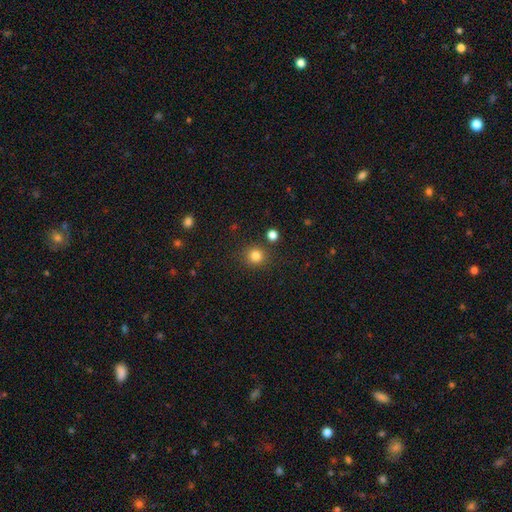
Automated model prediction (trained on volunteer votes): smooth-or-featured: smooth: 83% | star or artifact: 13% | featured or disk: 5%
  how-rounded: round: 91% | in between: 8% | cigar-shaped: 1%
  merging: none: 86% | minor disturbance: 7% | merger: 4% | major disturbance: 3%